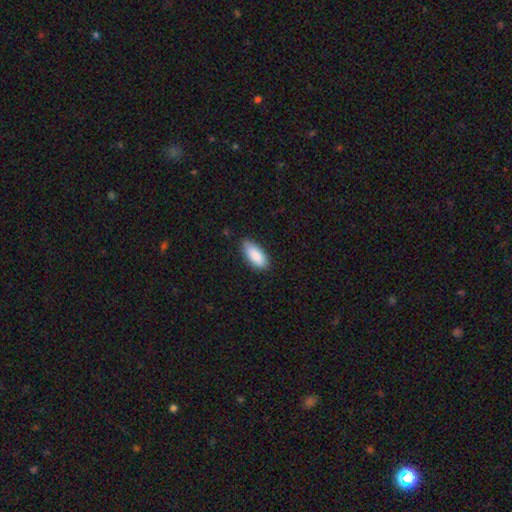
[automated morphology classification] type=smooth (88%); roundness=in between (85%); merging=none (79%).